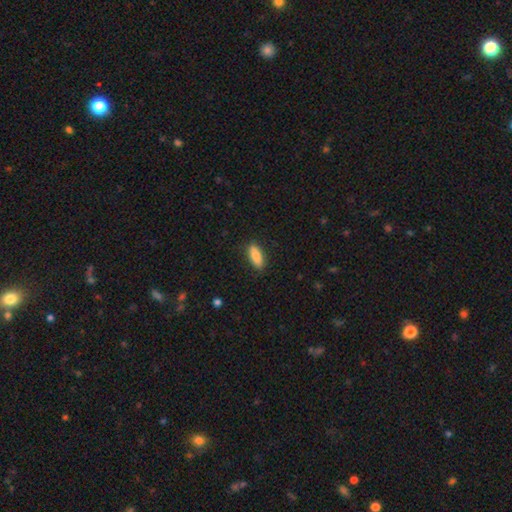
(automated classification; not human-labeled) Smooth or featured?
  - smooth: 87% *
  - featured or disk: 7%
  - star or artifact: 6%
How rounded?
  - in between: 68% *
  - cigar-shaped: 30%
  - round: 2%
Merging?
  - none: 87% *
  - minor disturbance: 10%
  - major disturbance: 2%
  - merger: 1%